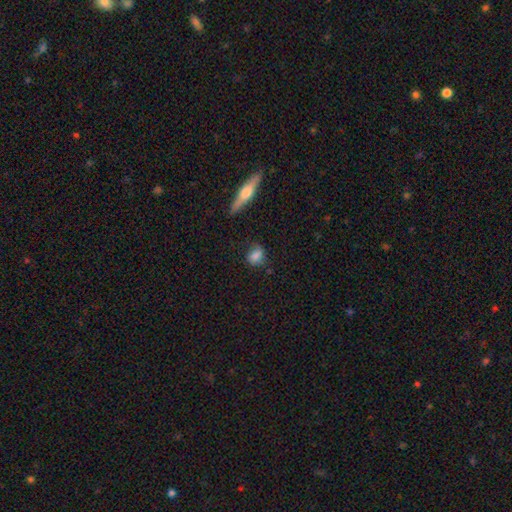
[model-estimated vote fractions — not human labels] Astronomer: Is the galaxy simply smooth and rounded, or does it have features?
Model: smooth — 77%.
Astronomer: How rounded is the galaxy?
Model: in between — 55% (runner-up: round, 40%).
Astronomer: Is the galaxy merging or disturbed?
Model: none — 63%.